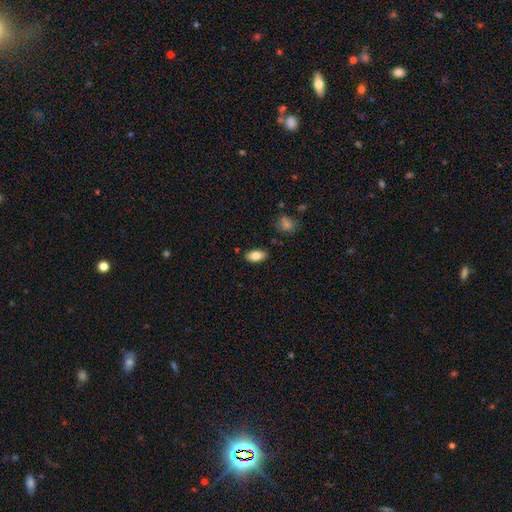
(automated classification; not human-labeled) Overall: smooth (80%). How rounded: in between (91%). Merging: none (86%).